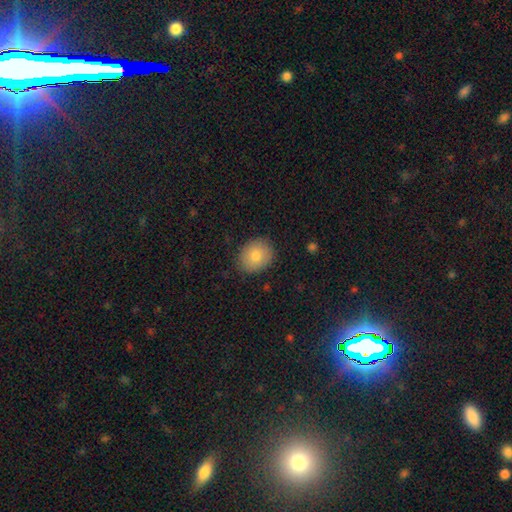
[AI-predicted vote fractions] smooth_or_featured: smooth (p=0.80) [alt: featured or disk p=0.11]
how_rounded: round (p=0.51) [alt: in between p=0.48]
merging: none (p=0.86) [alt: minor disturbance p=0.10]